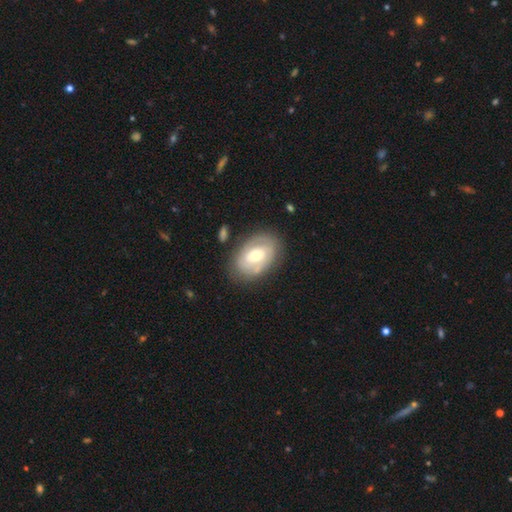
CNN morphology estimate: featured or disk 57%, smooth 37%, star or artifact 6%. Down the decision tree: edge-on disk — no (94%); bar — no (53%); spiral arms — yes (50%, tied with no); bulge size — moderate (69%); merging — none (74%).